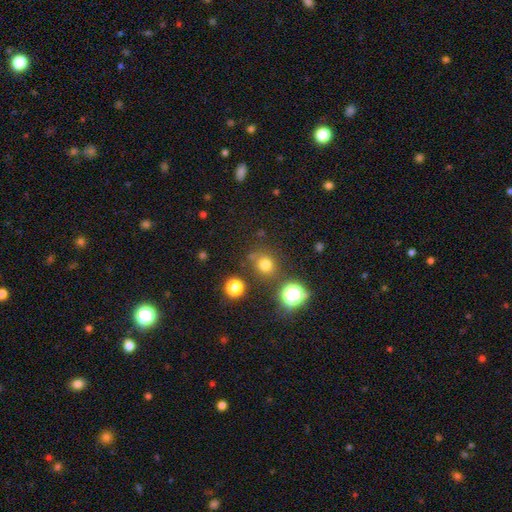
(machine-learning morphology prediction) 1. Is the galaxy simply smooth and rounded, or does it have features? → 47% smooth, 45% star or artifact, 8% featured or disk.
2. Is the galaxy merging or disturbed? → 70% none, 17% merger, 8% minor disturbance, 5% major disturbance.